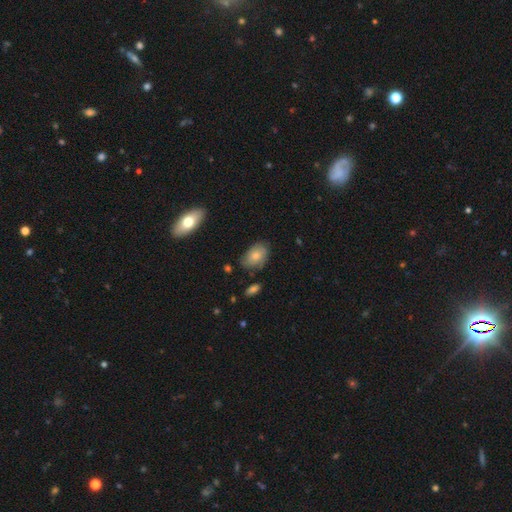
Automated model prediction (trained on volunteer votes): This appears to be a smooth galaxy with no disk features (73%) that is in between round and cigar-shaped (85%). Merging: none (68%).